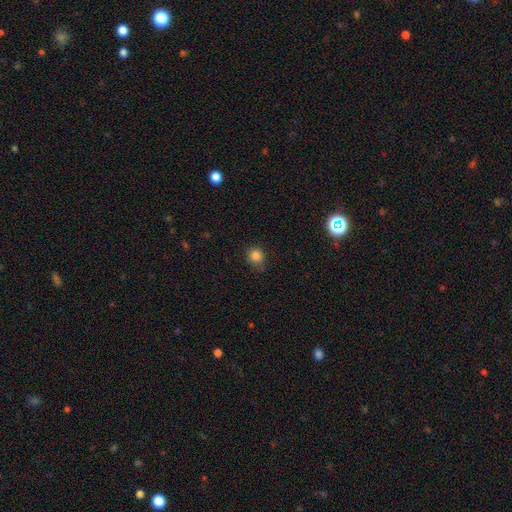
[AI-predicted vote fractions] This appears to be a smooth galaxy with no disk features (84%) that is round (86%). Merging: none (75%).